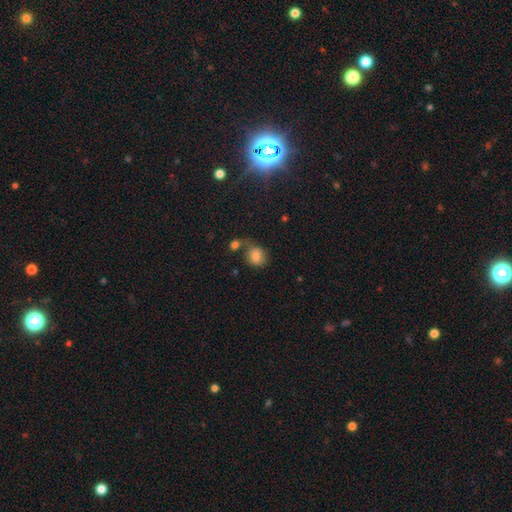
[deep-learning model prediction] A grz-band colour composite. It shows a smooth galaxy with no disk features (81%) that is round (69%). Merging: none (52%).